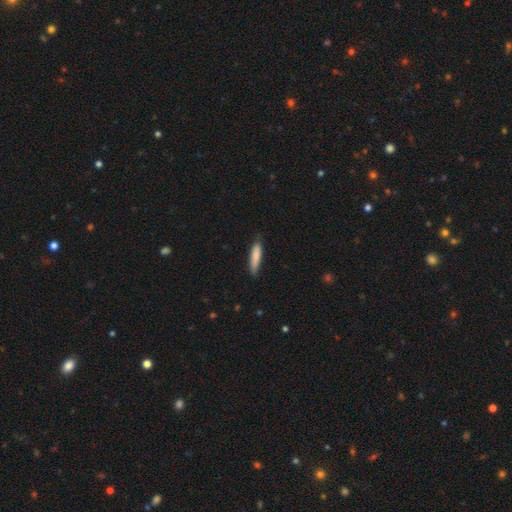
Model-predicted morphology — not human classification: smooth-or-featured: smooth: 82% | featured or disk: 13% | star or artifact: 6%
  how-rounded: cigar-shaped: 80% | in between: 18% | round: 1%
  merging: none: 76% | minor disturbance: 20% | major disturbance: 3% | merger: 1%